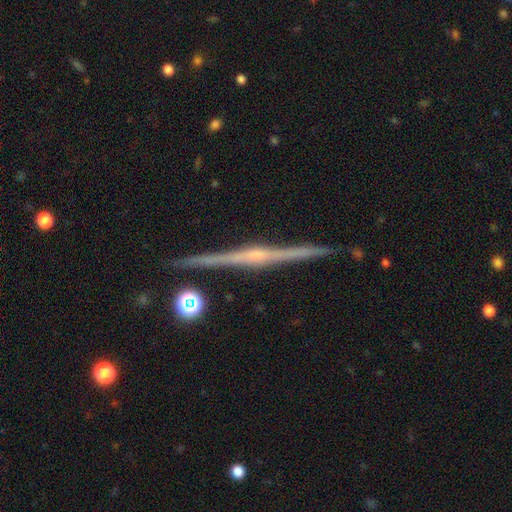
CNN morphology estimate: Smooth or featured?
  - featured or disk: 86% *
  - smooth: 8%
  - star or artifact: 6%
Edge-on disk?
  - yes: 99% *
  - no: 1%
Edge-on bulge?
  - rounded: 69% *
  - none: 19%
  - boxy: 12%
Merging?
  - none: 92% *
  - minor disturbance: 5%
  - merger: 1%
  - major disturbance: 1%